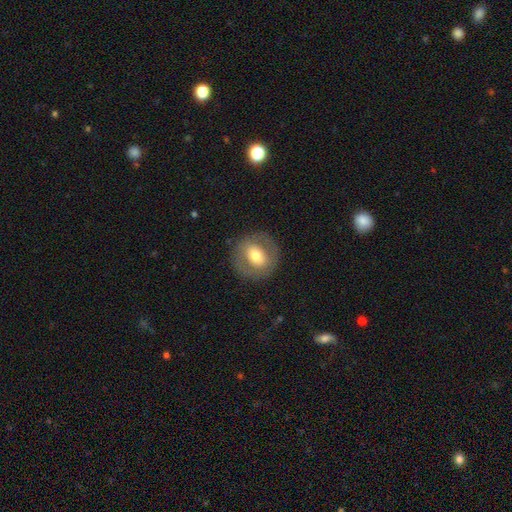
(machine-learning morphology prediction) A smooth galaxy with no disk features (55%) that is round (76%).

Vote fractions:
- Smooth or featured? smooth: 55% / featured or disk: 37% / star or artifact: 7%
- How rounded? round: 76% / in between: 23% / cigar-shaped: 1%
- Merging? none: 84% / minor disturbance: 10% / major disturbance: 5% / merger: 1%